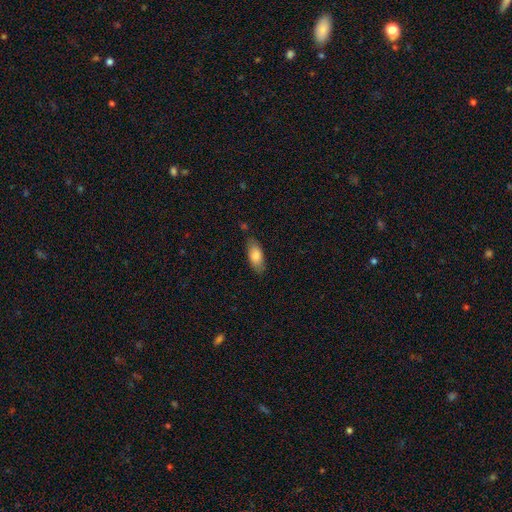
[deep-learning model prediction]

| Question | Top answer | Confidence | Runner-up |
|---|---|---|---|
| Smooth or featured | smooth | 81% | featured or disk (13%) |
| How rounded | in between | 84% | cigar-shaped (13%) |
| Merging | none | 78% | minor disturbance (16%) |